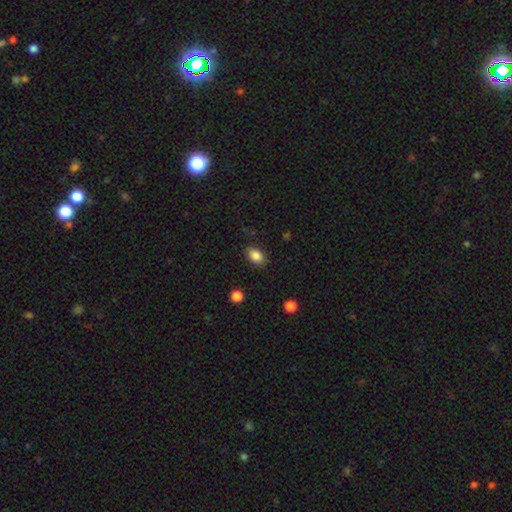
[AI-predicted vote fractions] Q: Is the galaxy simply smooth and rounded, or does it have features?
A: smooth — 85%.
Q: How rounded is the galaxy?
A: in between — 86%.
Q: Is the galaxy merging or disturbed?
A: none — 85%.